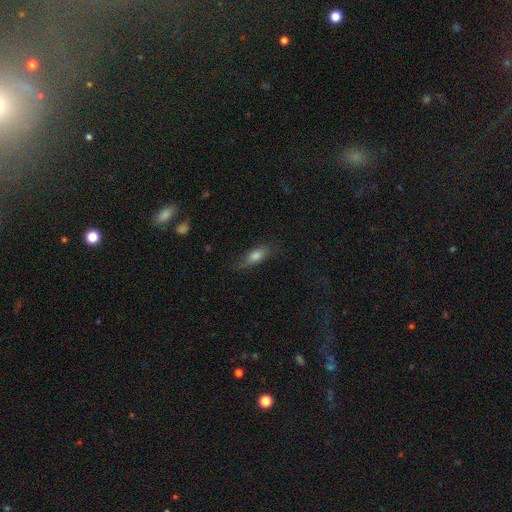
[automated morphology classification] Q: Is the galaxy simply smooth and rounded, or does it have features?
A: smooth — 67%.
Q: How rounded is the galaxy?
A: in between — 66%.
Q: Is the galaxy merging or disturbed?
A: none — 67%.